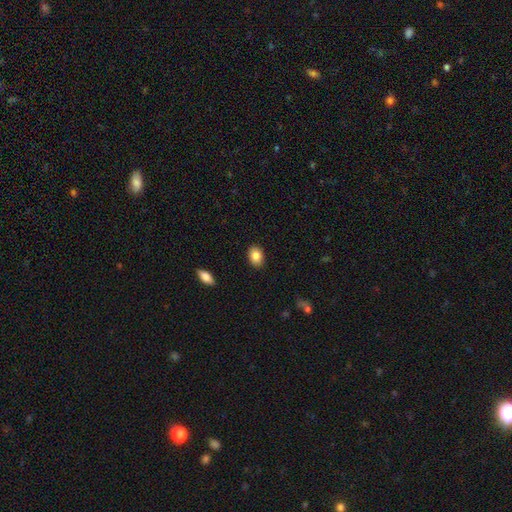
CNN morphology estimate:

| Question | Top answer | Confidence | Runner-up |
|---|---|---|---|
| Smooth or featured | smooth | 85% | featured or disk (8%) |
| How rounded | in between | 80% | round (19%) |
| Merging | none | 89% | minor disturbance (8%) |